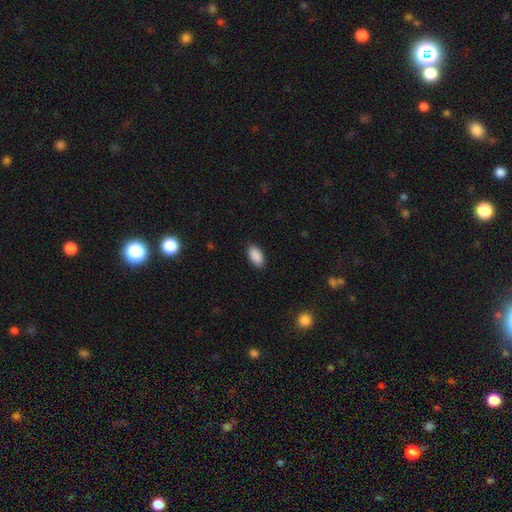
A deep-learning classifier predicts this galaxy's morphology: This appears to be a smooth galaxy with no disk features (90%) that is in between round and cigar-shaped (94%). Merging: none (88%).